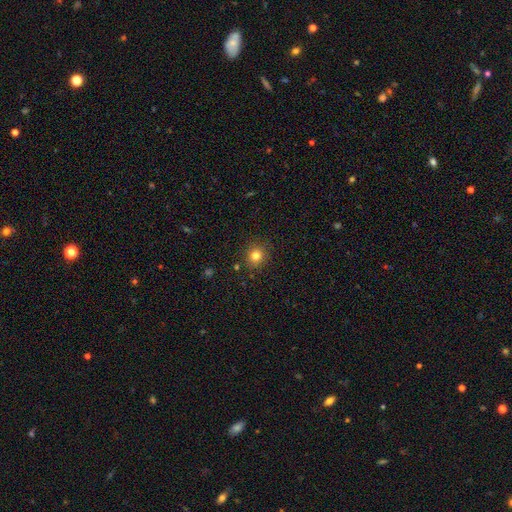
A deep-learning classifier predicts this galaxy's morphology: Overall: smooth (80%). How rounded: round (88%). Merging: none (88%).